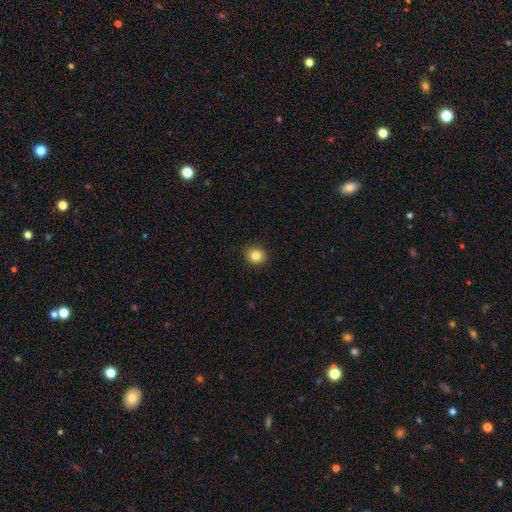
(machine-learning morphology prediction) The model was most divided on "how rounded": round: 83%, in between: 16%, cigar-shaped: 1%. More confident: merging — none (91%); smooth or featured — smooth (83%).